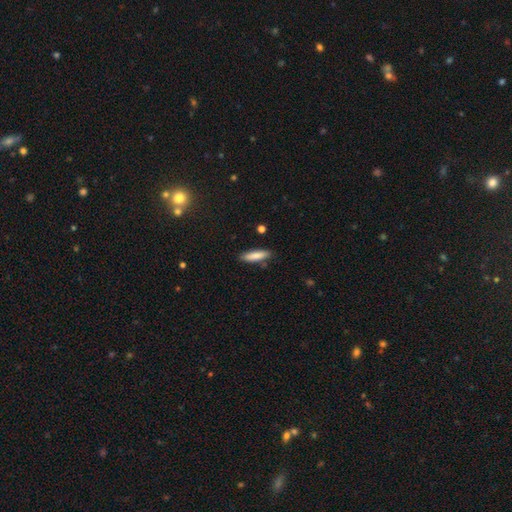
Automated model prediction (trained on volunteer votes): Overall: smooth (83%). How rounded: cigar-shaped (68%; in between 31%). Merging: none (84%).